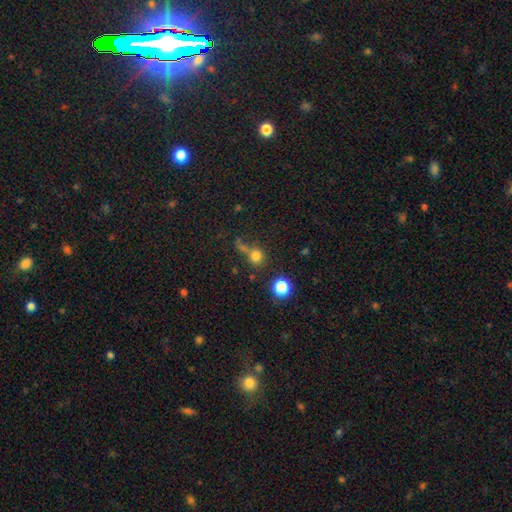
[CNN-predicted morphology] type=smooth (73%); roundness=round (87%); merging=none (52%).